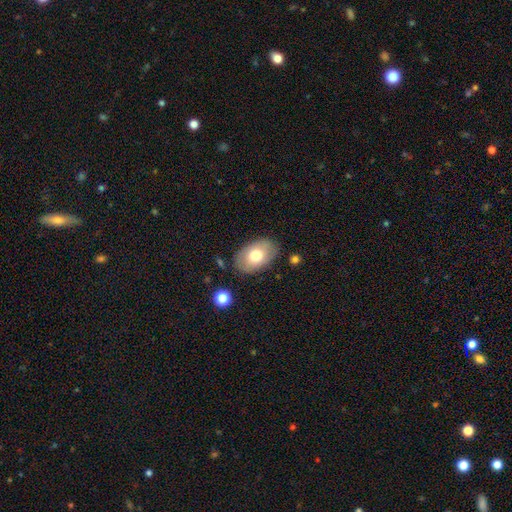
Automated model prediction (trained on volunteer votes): smooth-or-featured: smooth: 71% | featured or disk: 22% | star or artifact: 7%
  how-rounded: in between: 90% | round: 9% | cigar-shaped: 1%
  merging: none: 81% | minor disturbance: 14% | major disturbance: 3% | merger: 2%